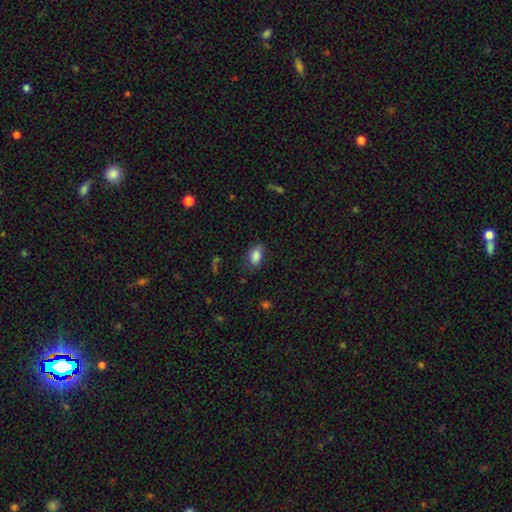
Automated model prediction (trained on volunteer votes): Overall: smooth (85%). How rounded: in between (88%). Merging: none (69%).